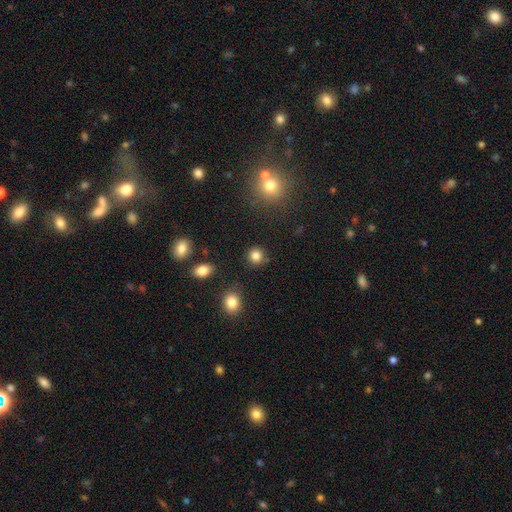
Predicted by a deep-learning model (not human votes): Morphology: type=smooth (84%); roundness=round (91%); merging=none (89%).